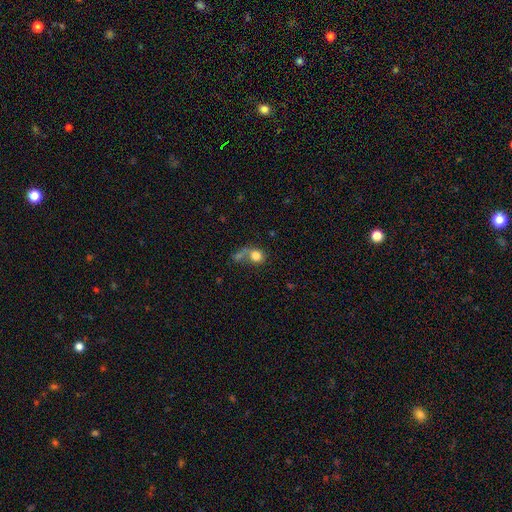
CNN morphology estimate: Q: Smooth or featured?
A: smooth (77%); runner-up: featured or disk (13%)
Q: How rounded?
A: round (75%); runner-up: in between (24%)
Q: Merging?
A: merger (39%); runner-up: none (34%)